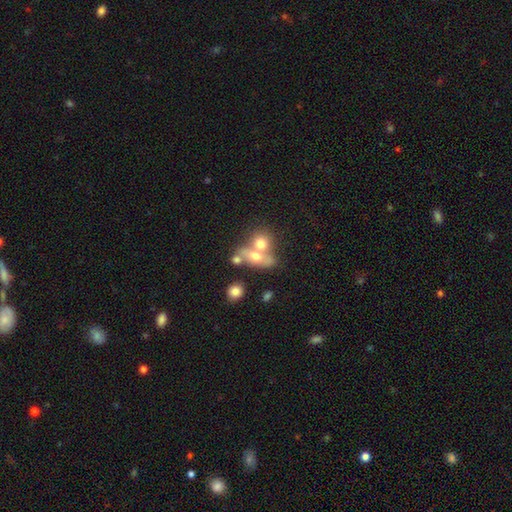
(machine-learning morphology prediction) smooth_or_featured: smooth (p=0.55) [alt: featured or disk p=0.31]
how_rounded: in between (p=0.51) [alt: round p=0.43]
merging: merger (p=0.61) [alt: none p=0.24]